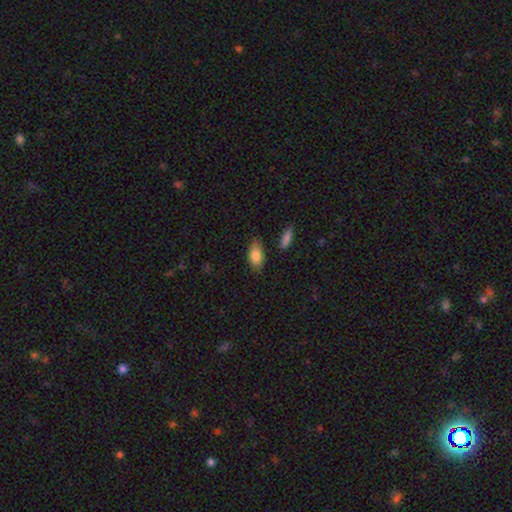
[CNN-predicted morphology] Q: Smooth or featured?
A: smooth (84%); runner-up: featured or disk (9%)
Q: How rounded?
A: in between (87%); runner-up: cigar-shaped (8%)
Q: Merging?
A: none (70%); runner-up: minor disturbance (22%)